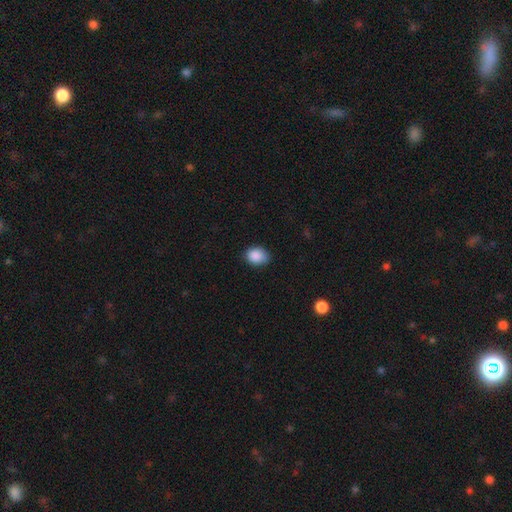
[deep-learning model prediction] The model was most divided on "how rounded": in between: 62%, round: 37%, cigar-shaped: 1%. More confident: smooth or featured — smooth (88%); merging — none (75%).